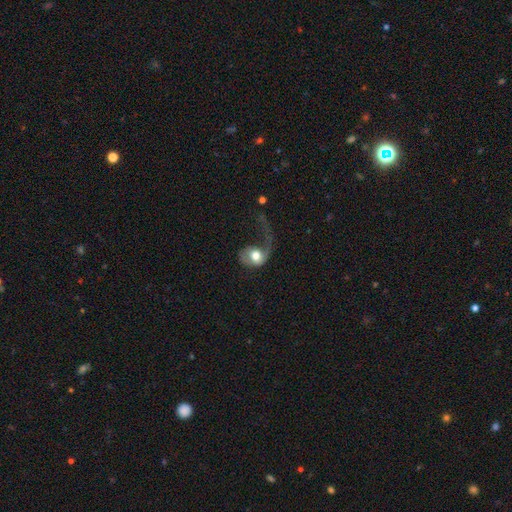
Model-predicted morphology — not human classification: The model was most divided on "smooth or featured": featured or disk: 49%, smooth: 44%, star or artifact: 7%. More confident: merging — major disturbance (67%).